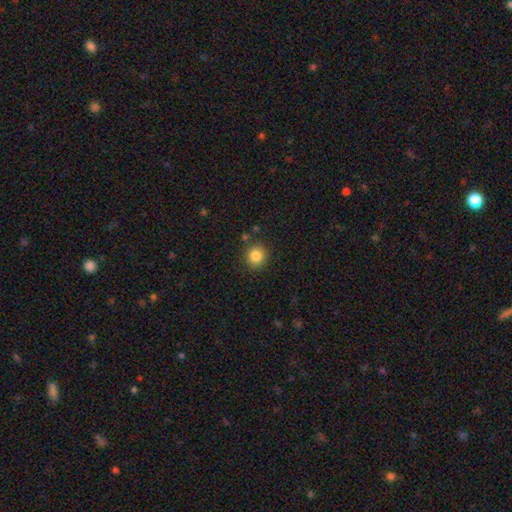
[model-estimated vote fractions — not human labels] Smooth or featured? Predicted: smooth (p=0.84). How rounded? Predicted: round (p=0.89). Merging? Predicted: none (p=0.86).